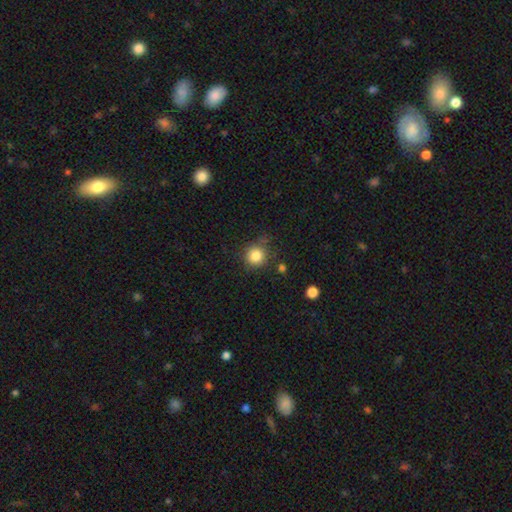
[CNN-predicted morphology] Smooth or featured? Predicted: smooth (p=0.84). How rounded? Predicted: round (p=0.93). Merging? Predicted: none (p=0.78).